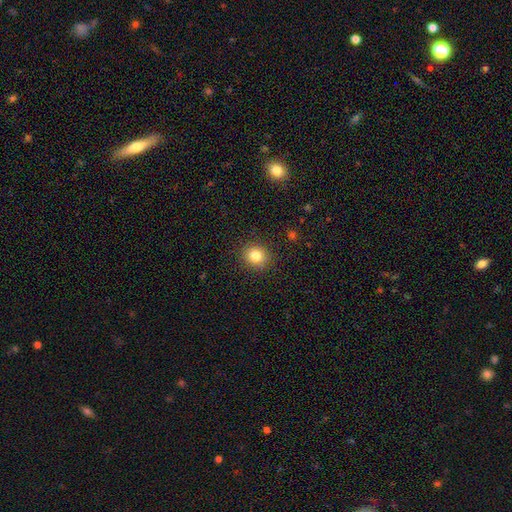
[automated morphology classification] Smooth or featured? smooth (82%)
How rounded? round (83%)
Merging? none (90%)